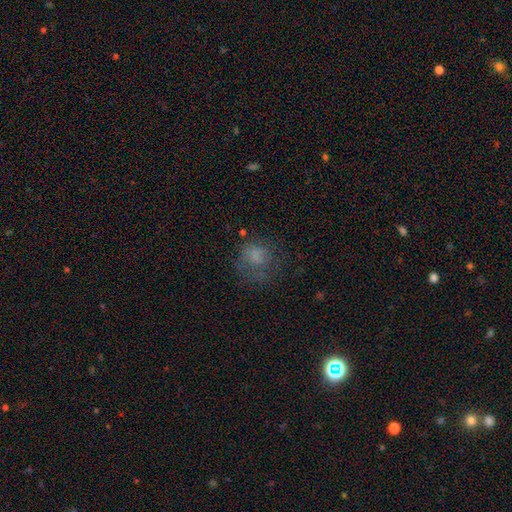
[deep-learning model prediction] A smooth galaxy with no disk features (66%) that is round (73%).

Vote fractions:
- Smooth or featured? smooth: 66% / featured or disk: 19% / star or artifact: 15%
- How rounded? round: 73% / in between: 26% / cigar-shaped: 1%
- Merging? none: 51% / major disturbance: 25% / minor disturbance: 21% / merger: 2%